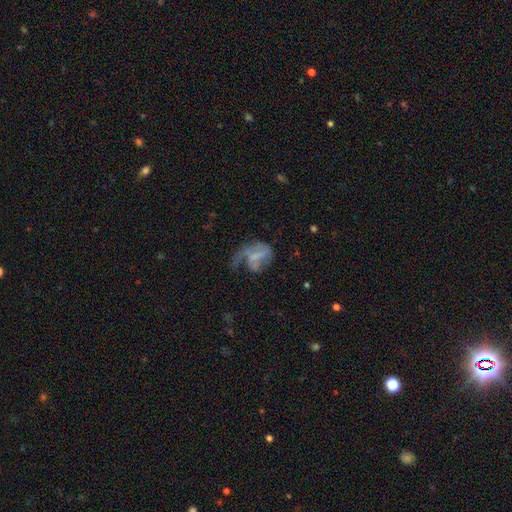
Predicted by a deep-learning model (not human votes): featured or disk 49%, smooth 39%, star or artifact 12%. Down the decision tree: merging — major disturbance (54%).